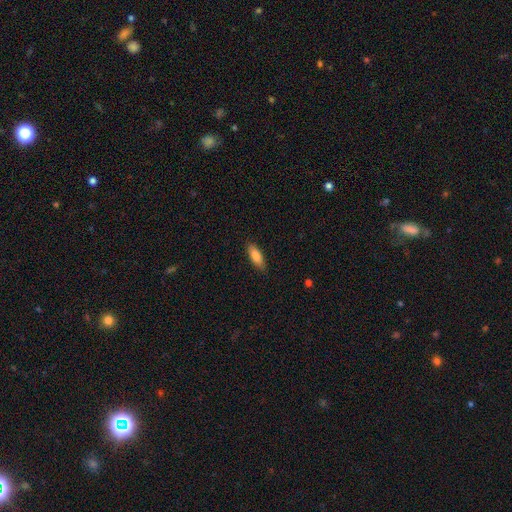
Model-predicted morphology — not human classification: Smooth or featured: smooth — 82% (featured or disk — 12%)
How rounded: in between — 66% (cigar-shaped — 32%)
Merging: none — 86% (minor disturbance — 11%)